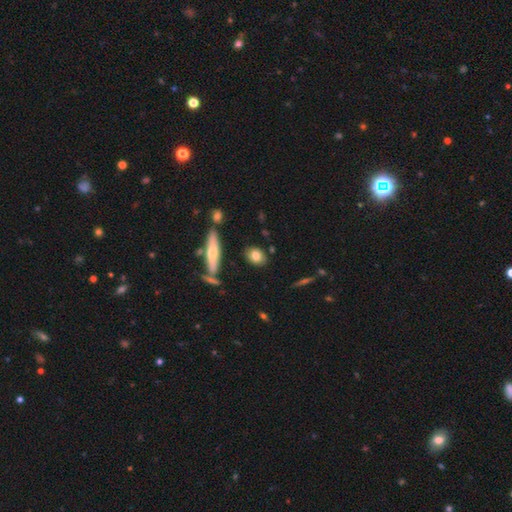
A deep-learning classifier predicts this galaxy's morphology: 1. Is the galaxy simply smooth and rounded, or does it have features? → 77% smooth, 15% featured or disk, 8% star or artifact.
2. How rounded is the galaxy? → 54% in between, 40% round, 6% cigar-shaped.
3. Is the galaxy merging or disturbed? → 81% none, 11% minor disturbance, 5% merger, 3% major disturbance.